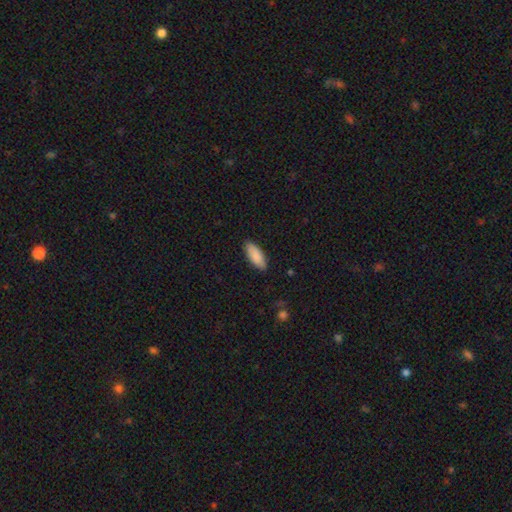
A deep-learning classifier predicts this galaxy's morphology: This is clearly a smooth galaxy (88%). How rounded: likely in between (80%). Merging: clearly none (88%).